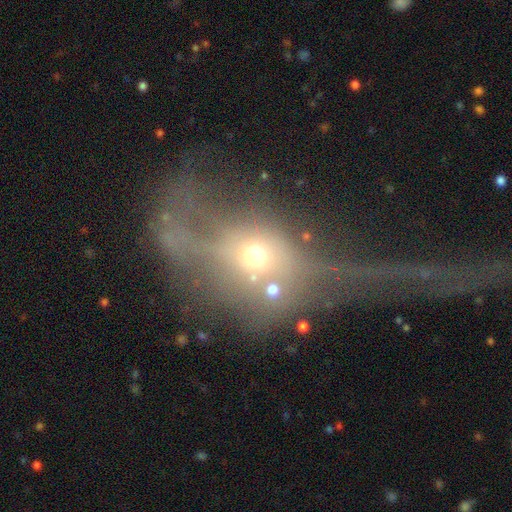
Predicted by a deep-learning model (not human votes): Smooth or featured: featured or disk — 50% (smooth — 32%)
Edge-on disk: no — 76% (yes — 24%)
Merging: major disturbance — 54% (merger — 17%)